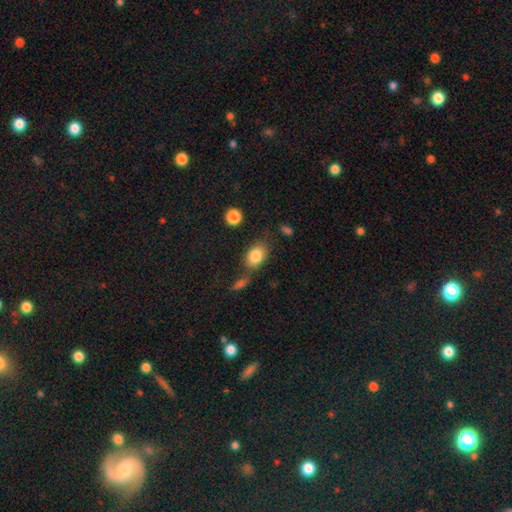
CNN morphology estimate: This appears to be a smooth galaxy with no disk features (83%) that is in between round and cigar-shaped (79%). Merging: none (62%).